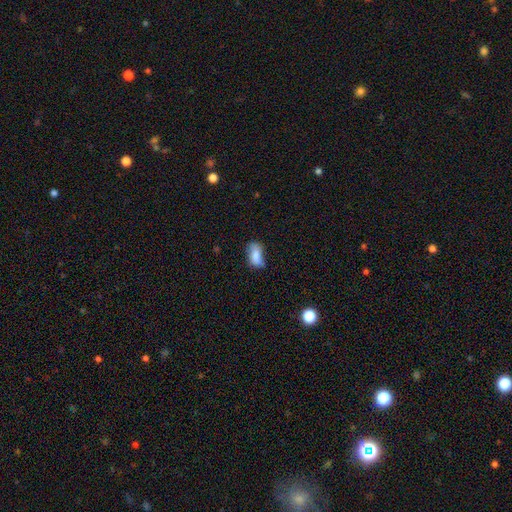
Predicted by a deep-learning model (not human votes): A smooth galaxy with no disk features (79%) that is in between round and cigar-shaped (89%).

Vote fractions:
- Smooth or featured? smooth: 79% / featured or disk: 12% / star or artifact: 8%
- How rounded? in between: 89% / cigar-shaped: 6% / round: 5%
- Merging? none: 51% / minor disturbance: 36% / major disturbance: 10% / merger: 3%